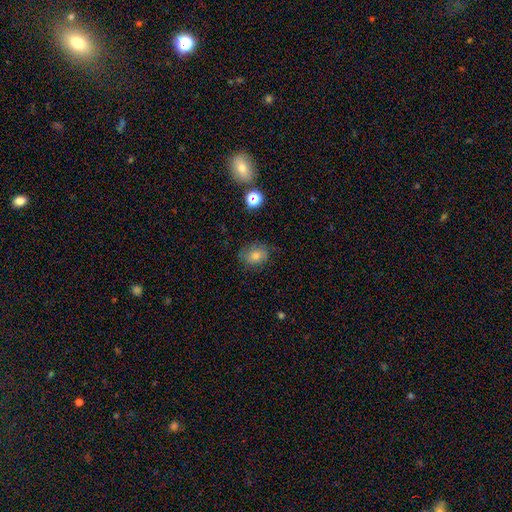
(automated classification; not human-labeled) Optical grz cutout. It shows a smooth galaxy with no disk features (60%) that is round (59%). Merging: none (77%).